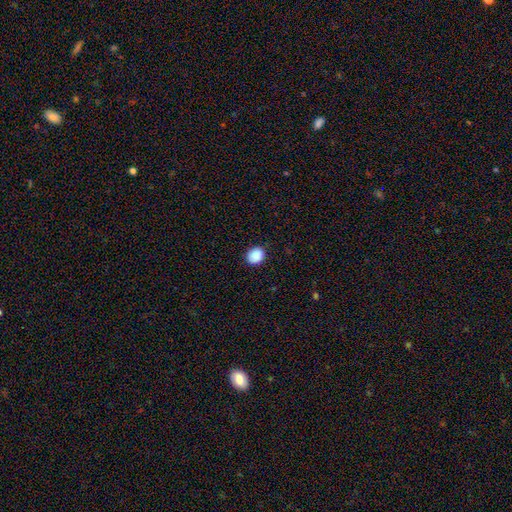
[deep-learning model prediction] Morphology: type=smooth (89%); roundness=round (65%); merging=none (89%).